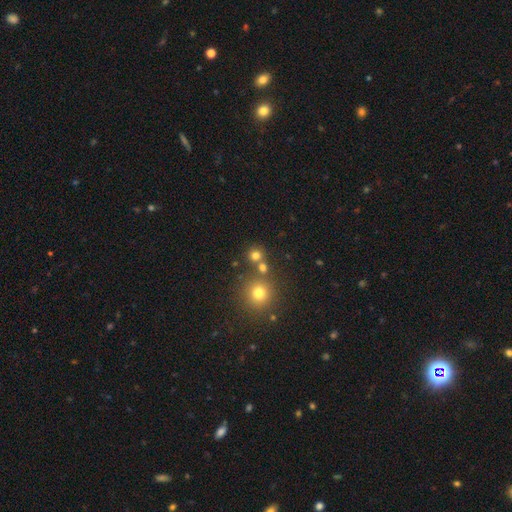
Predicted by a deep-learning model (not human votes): A smooth galaxy with no disk features (73%) that is round (90%). Merging: none (70%).